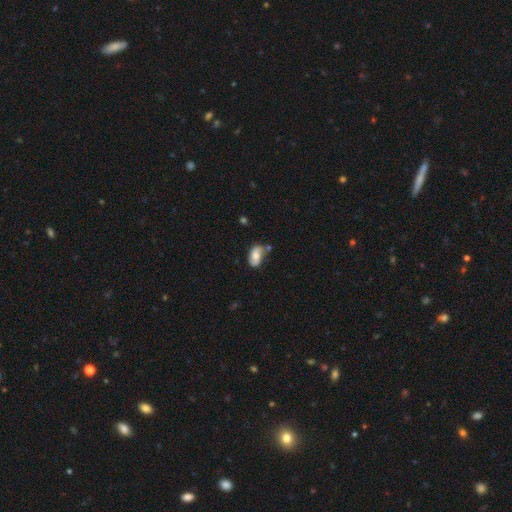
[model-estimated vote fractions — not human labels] This is likely a smooth galaxy (64%). How rounded: clearly in between (92%). Merging: possibly none (58%).